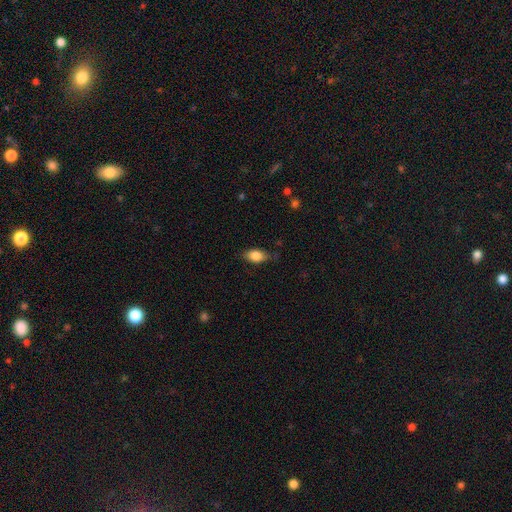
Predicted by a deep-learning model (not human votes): Smooth or featured?
  - smooth: 85% *
  - featured or disk: 7%
  - star or artifact: 7%
How rounded?
  - in between: 89% *
  - round: 8%
  - cigar-shaped: 4%
Merging?
  - none: 76% *
  - minor disturbance: 19%
  - major disturbance: 4%
  - merger: 1%